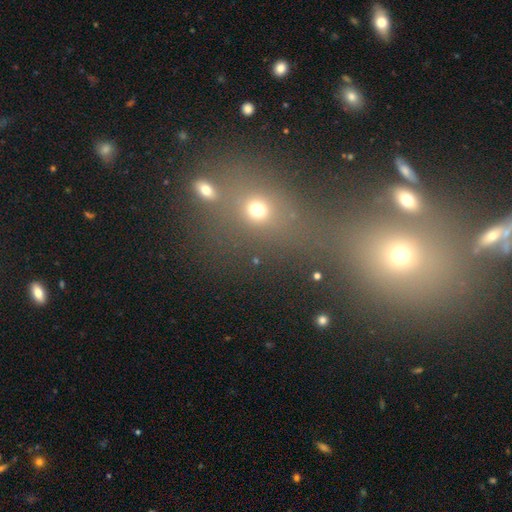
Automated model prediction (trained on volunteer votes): Smooth or featured: smooth — 48% (star or artifact — 39%)
Merging: merger — 51% (none — 38%)